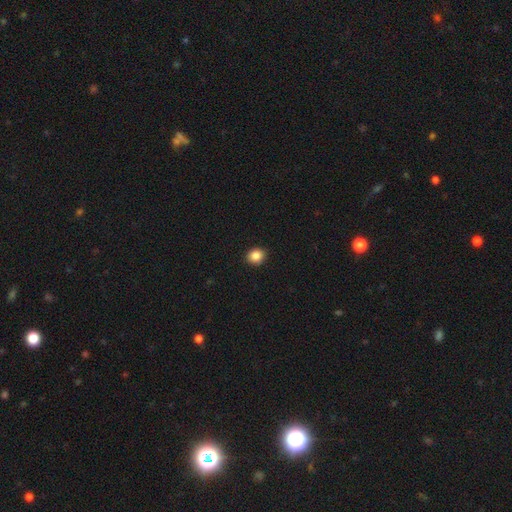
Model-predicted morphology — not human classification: Q: Smooth or featured?
A: smooth (86%); runner-up: star or artifact (10%)
Q: How rounded?
A: round (68%); runner-up: in between (31%)
Q: Merging?
A: none (91%); runner-up: minor disturbance (6%)